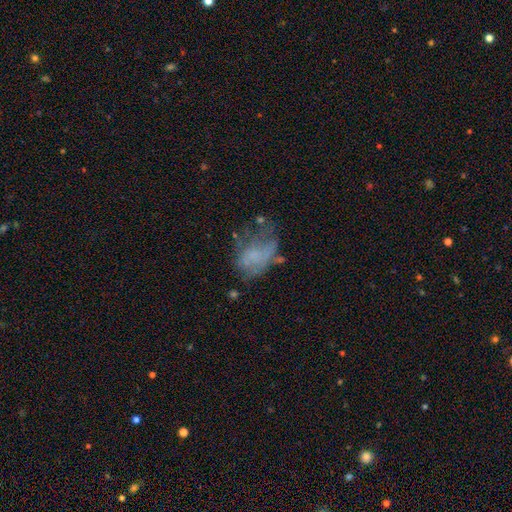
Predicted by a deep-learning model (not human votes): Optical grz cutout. It shows a smooth galaxy with no disk features (44%). Merging: major disturbance (37%).